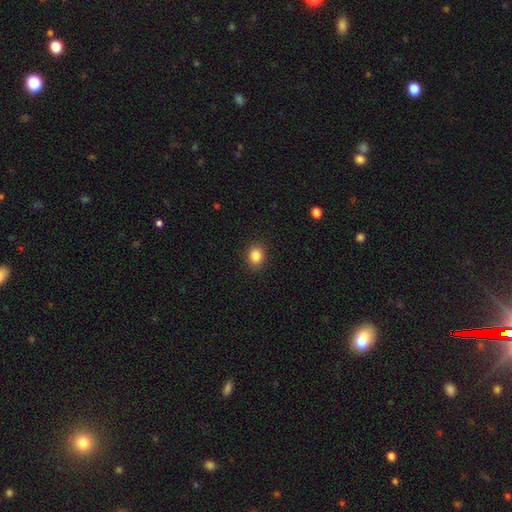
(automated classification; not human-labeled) smooth-or-featured: smooth: 85% | star or artifact: 10% | featured or disk: 4%
  how-rounded: round: 54% | in between: 45% | cigar-shaped: 1%
  merging: none: 89% | minor disturbance: 8% | major disturbance: 2% | merger: 1%